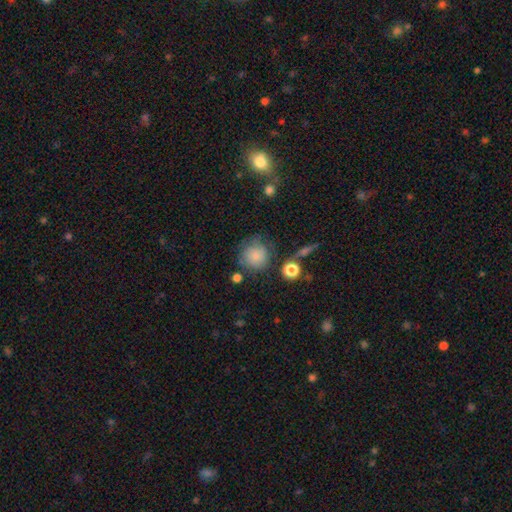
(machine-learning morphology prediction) Q: Smooth or featured?
A: smooth (78%); runner-up: featured or disk (12%)
Q: How rounded?
A: round (89%); runner-up: in between (10%)
Q: Merging?
A: none (60%); runner-up: minor disturbance (23%)